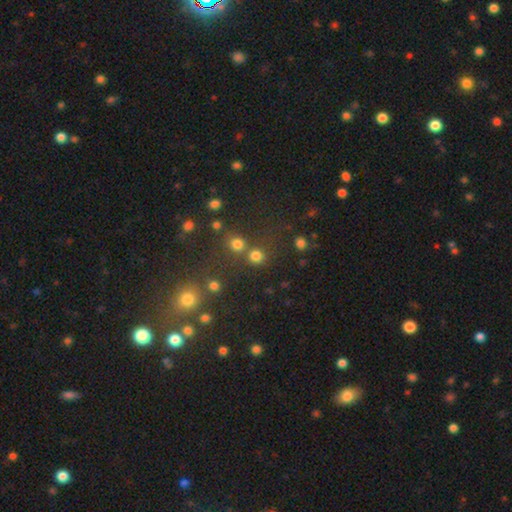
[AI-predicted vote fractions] Smooth or featured: smooth — 77% (star or artifact — 18%)
How rounded: round — 90% (in between — 9%)
Merging: none — 66% (merger — 23%)